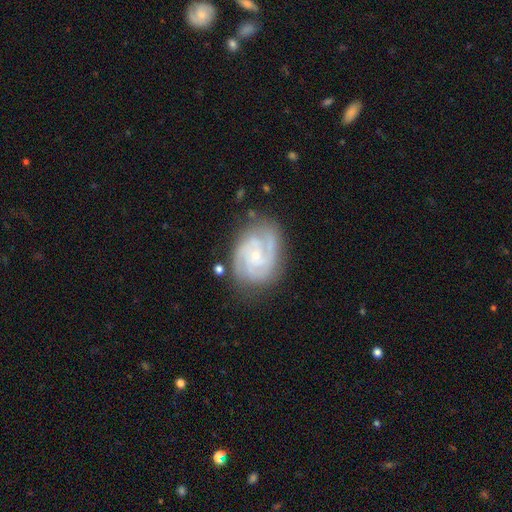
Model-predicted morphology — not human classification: This appears to be a featured or disk galaxy (89%) with no bar (66%), 3 (45%) tight (58%) spiral arms (98%) and a small central bulge (75%). Merging: none (75%).